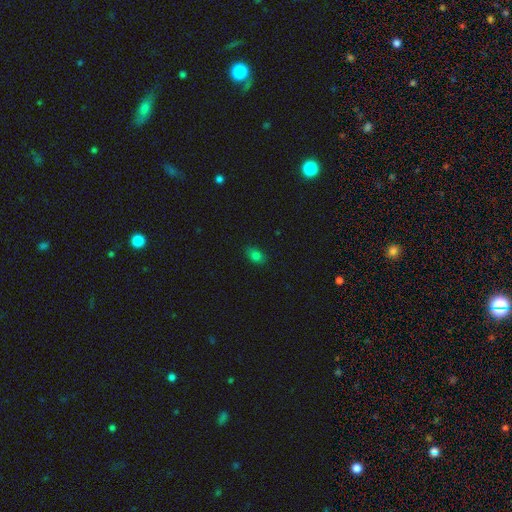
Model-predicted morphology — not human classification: type=smooth (79%); roundness=in between (83%); merging=none (83%).